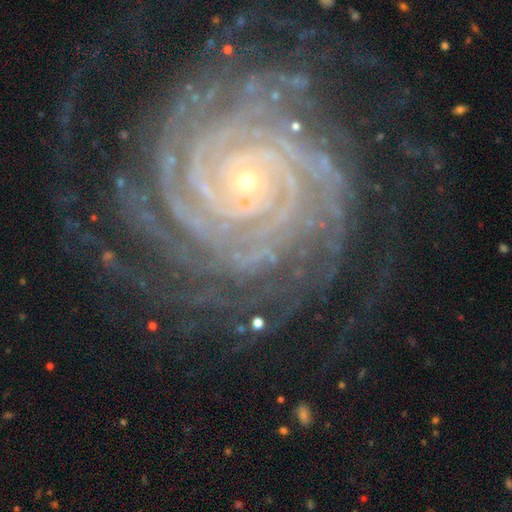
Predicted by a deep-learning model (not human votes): A featured or disk galaxy (89%) with no bar (71%), more than 4 (23%) tight (85%) spiral arms (98%) and a small central bulge (81%). Merging: none (75%).